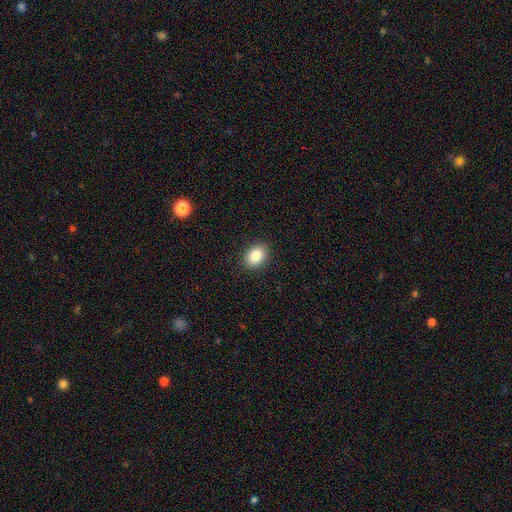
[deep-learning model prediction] smooth-or-featured: smooth: 86% | star or artifact: 8% | featured or disk: 6%
  how-rounded: in between: 77% | round: 22% | cigar-shaped: 1%
  merging: none: 89% | minor disturbance: 8% | major disturbance: 2% | merger: 1%